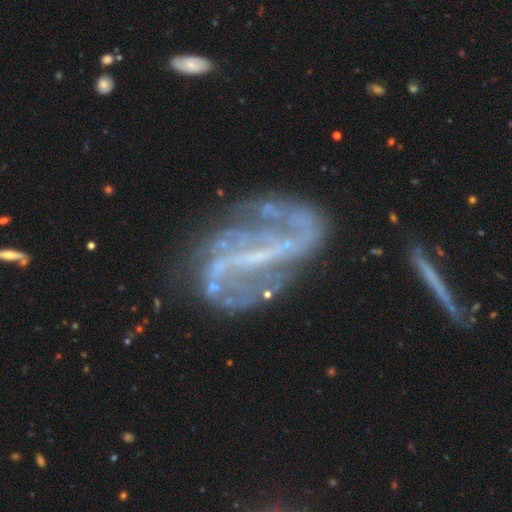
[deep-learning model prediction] This appears to be a featured or disk galaxy (85%) with a strong bar (61%), 2 (63%) loose (43%) spiral arms (86%) and no central bulge (51%). Merging: none (58%).